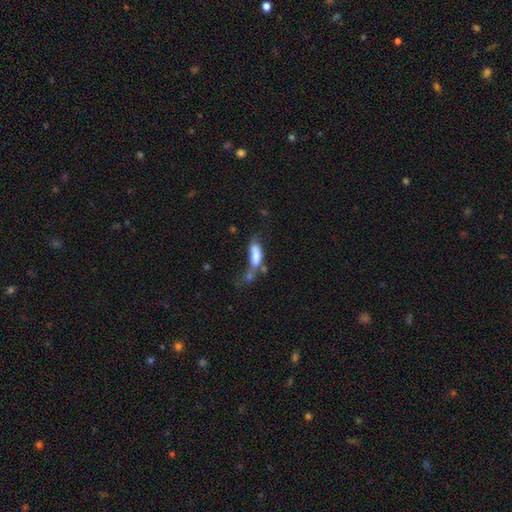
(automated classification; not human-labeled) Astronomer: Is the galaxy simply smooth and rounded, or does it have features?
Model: smooth — 72%.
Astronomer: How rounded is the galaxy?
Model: in between — 65%.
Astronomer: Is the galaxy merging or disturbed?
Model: merger — 35% (runner-up: major disturbance, 24%).